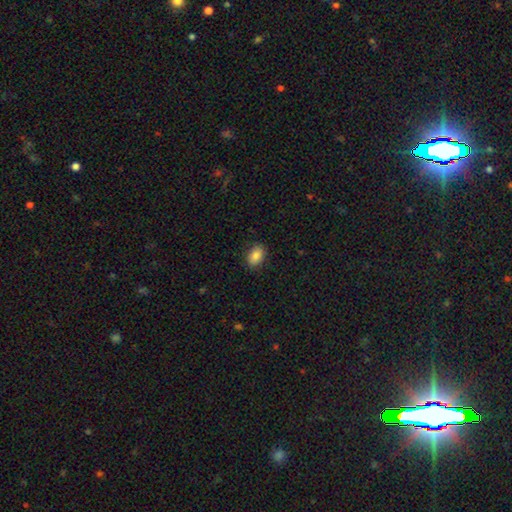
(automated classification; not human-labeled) Overall: smooth (85%). How rounded: in between (84%). Merging: none (87%).